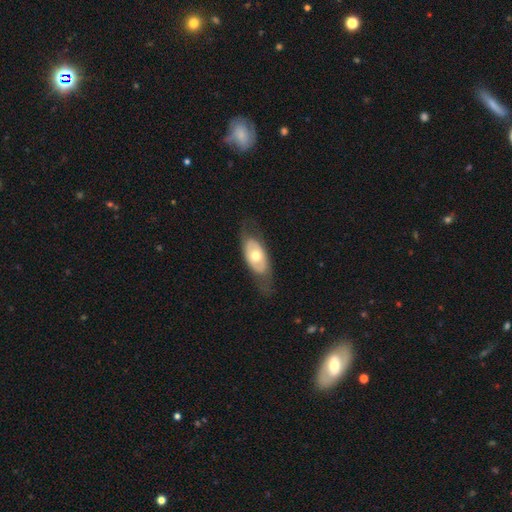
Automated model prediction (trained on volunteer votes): smooth_or_featured: featured or disk (p=0.52) [alt: smooth p=0.43]
disk_edge_on: no (p=0.84) [alt: yes p=0.16]
merging: none (p=0.69) [alt: minor disturbance p=0.19]